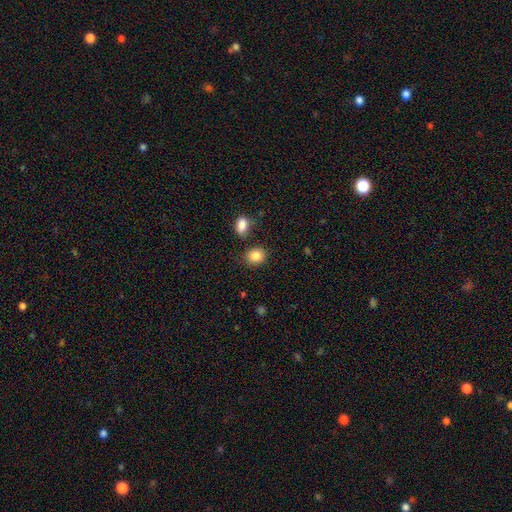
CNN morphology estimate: This appears to be a smooth galaxy with no disk features (86%) that is round (63%). Merging: none (78%).